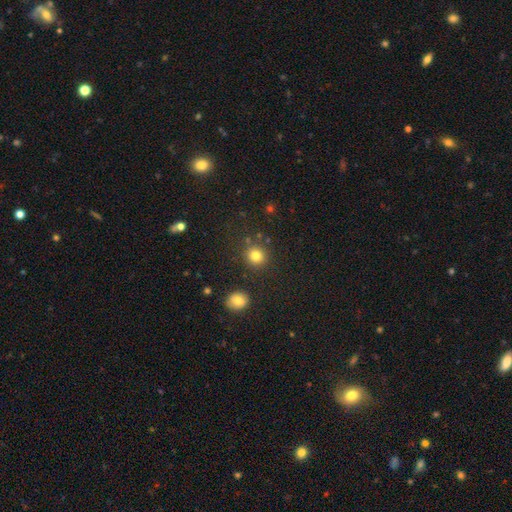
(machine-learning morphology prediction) Smooth or featured?
  - smooth: 81% *
  - star or artifact: 13%
  - featured or disk: 6%
How rounded?
  - round: 90% *
  - in between: 9%
  - cigar-shaped: 1%
Merging?
  - none: 85% *
  - minor disturbance: 7%
  - merger: 4%
  - major disturbance: 3%